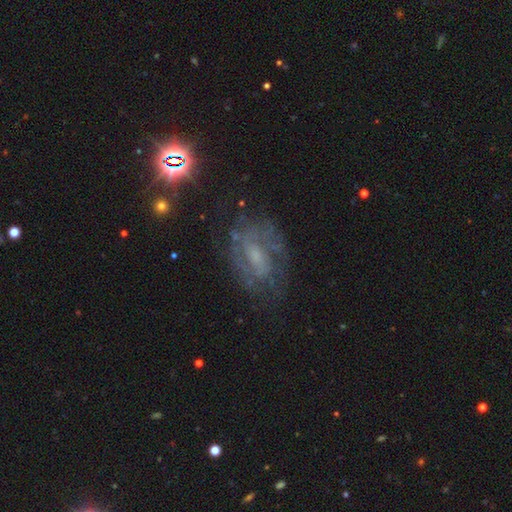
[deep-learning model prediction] Smooth or featured? featured or disk (68%)
Edge-on disk? no (95%)
Bar? weak (47%)
Spiral arms? yes (75%)
Bulge size? small (42%)
Merging? none (66%)